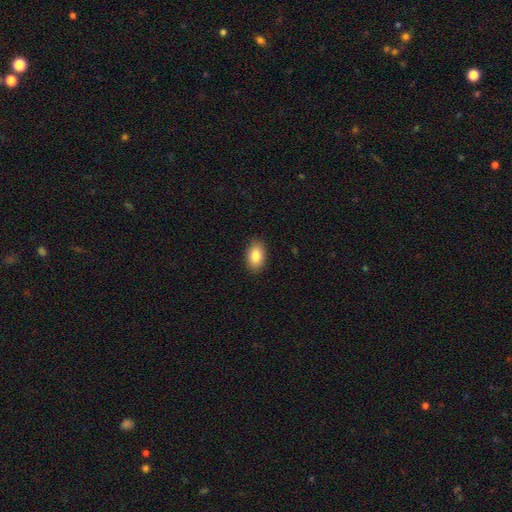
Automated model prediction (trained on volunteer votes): This is clearly a smooth galaxy (85%). How rounded: clearly in between (88%). Merging: clearly none (89%).